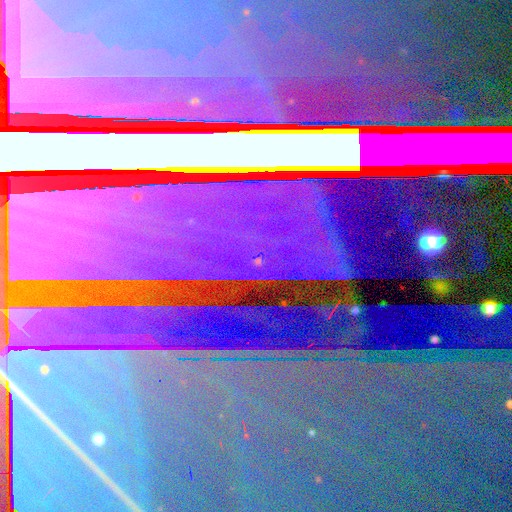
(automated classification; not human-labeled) smooth-or-featured: star or artifact: 78% | featured or disk: 15% | smooth: 7%